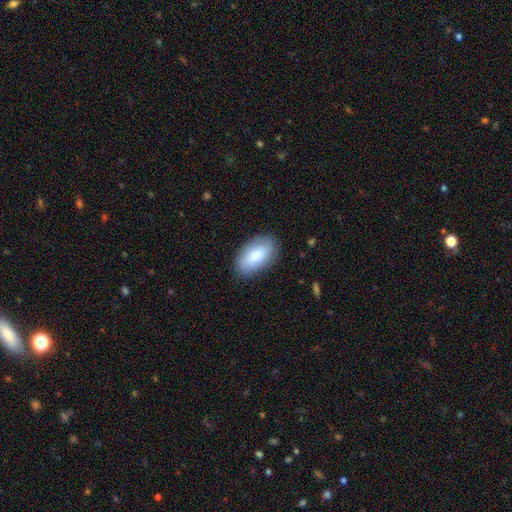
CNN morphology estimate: smooth-or-featured: smooth: 83% | featured or disk: 12% | star or artifact: 6%
  how-rounded: in between: 94% | round: 3% | cigar-shaped: 2%
  merging: none: 85% | minor disturbance: 11% | major disturbance: 3% | merger: 1%